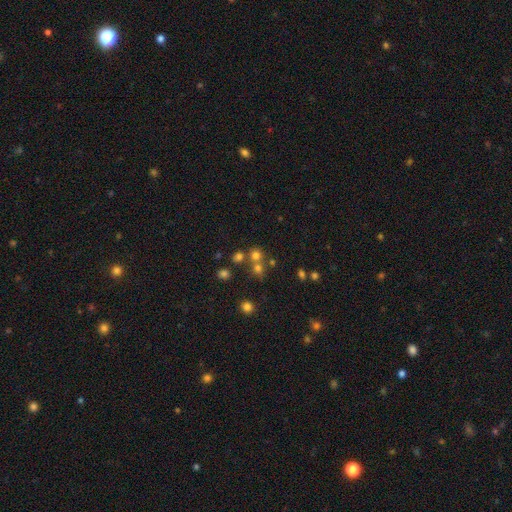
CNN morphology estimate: smooth_or_featured: smooth (p=0.65) [alt: star or artifact p=0.24]
how_rounded: round (p=0.87) [alt: in between p=0.12]
merging: none (p=0.57) [alt: merger p=0.33]